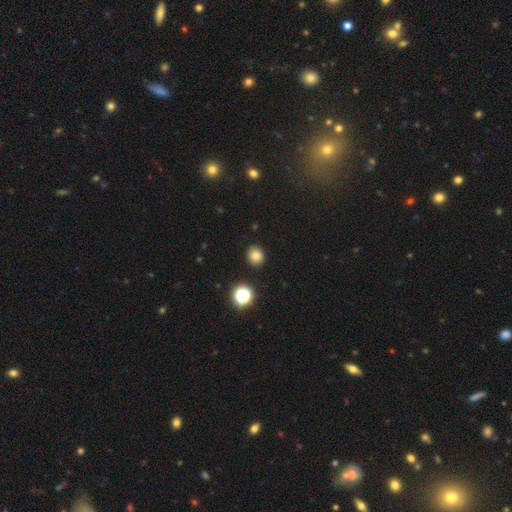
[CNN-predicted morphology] Smooth or featured? Predicted: smooth (p=0.79). How rounded? Predicted: round (p=0.74). Merging? Predicted: none (p=0.89).